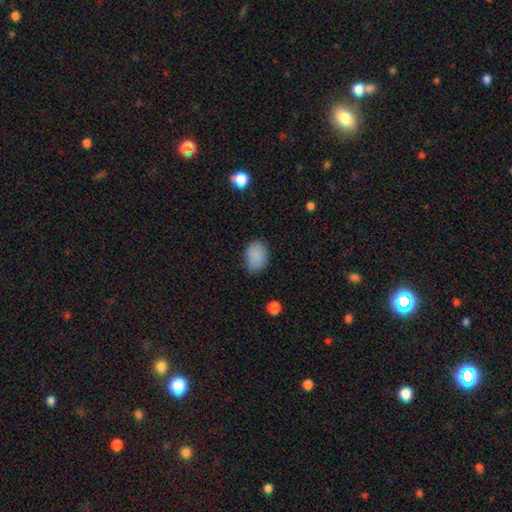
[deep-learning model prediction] The model was most divided on "how rounded": in between: 74%, round: 25%, cigar-shaped: 1%. More confident: smooth or featured — smooth (87%); merging — none (79%).